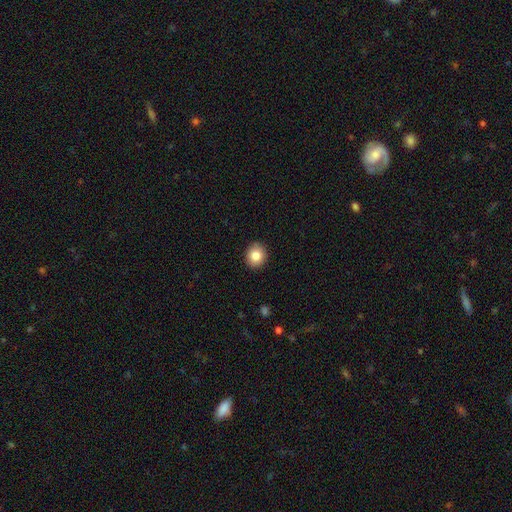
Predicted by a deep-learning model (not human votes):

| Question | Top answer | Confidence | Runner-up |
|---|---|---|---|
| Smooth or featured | smooth | 85% | star or artifact (9%) |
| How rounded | round | 72% | in between (27%) |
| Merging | none | 91% | minor disturbance (7%) |